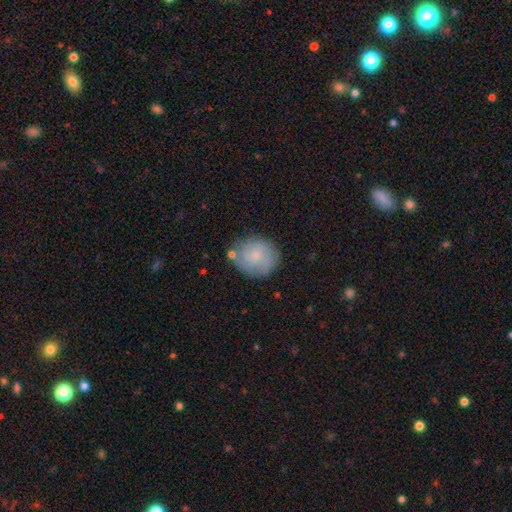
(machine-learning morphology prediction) type=smooth (63%); roundness=round (82%); merging=none (70%).